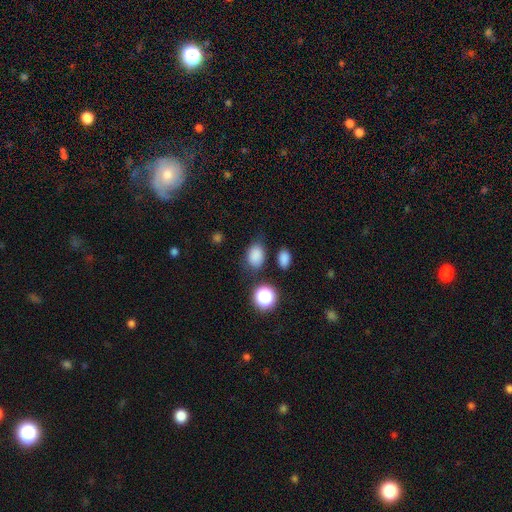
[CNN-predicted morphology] type=smooth (83%); roundness=in between (73%); merging=none (72%).